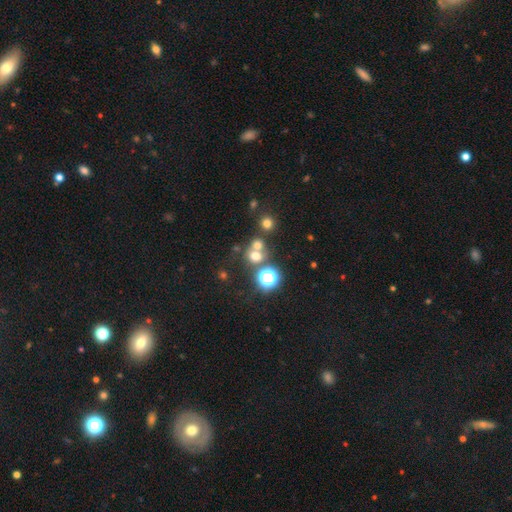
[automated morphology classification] Smooth or featured?
  - smooth: 61% *
  - star or artifact: 27%
  - featured or disk: 12%
How rounded?
  - round: 81% *
  - in between: 18%
  - cigar-shaped: 1%
Merging?
  - none: 53% *
  - merger: 36%
  - minor disturbance: 8%
  - major disturbance: 4%